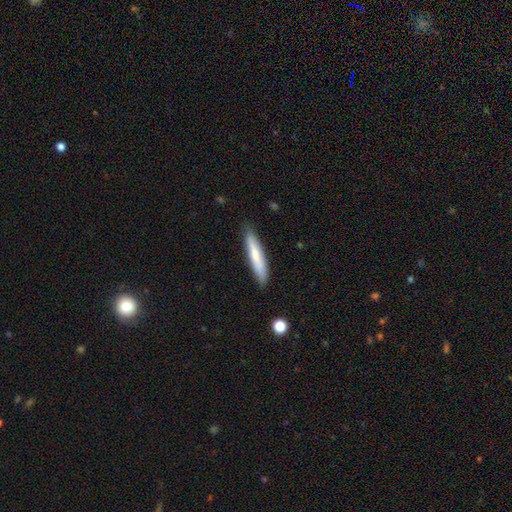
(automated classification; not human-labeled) Smooth or featured? smooth (70%)
How rounded? cigar-shaped (89%)
Merging? none (86%)